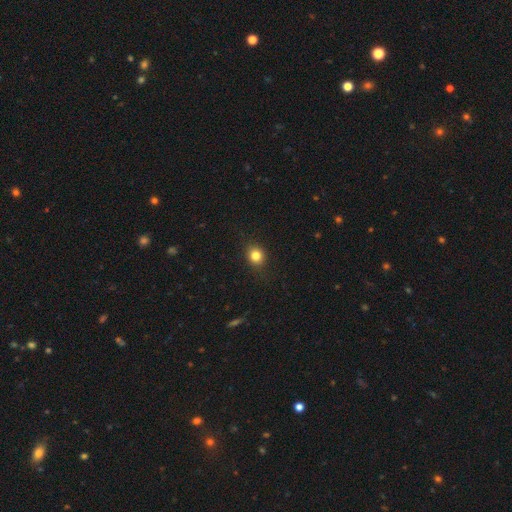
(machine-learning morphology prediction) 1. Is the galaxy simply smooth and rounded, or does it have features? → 82% smooth, 12% star or artifact, 6% featured or disk.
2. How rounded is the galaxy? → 74% round, 25% in between, 1% cigar-shaped.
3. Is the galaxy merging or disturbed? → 88% none, 9% minor disturbance, 3% major disturbance, 1% merger.